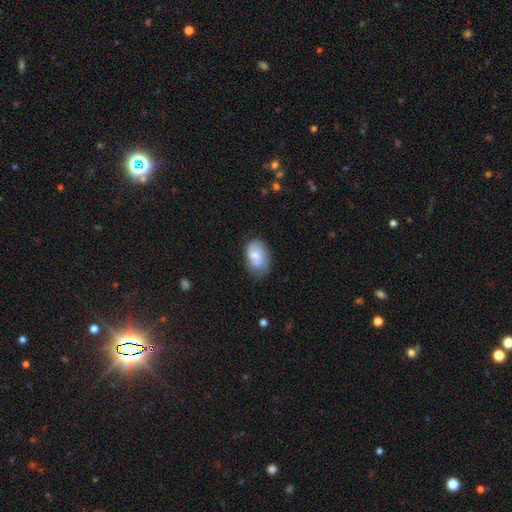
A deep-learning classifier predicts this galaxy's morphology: A smooth galaxy with no disk features (60%) that is in between round and cigar-shaped (86%).

Vote fractions:
- Smooth or featured? smooth: 60% / featured or disk: 33% / star or artifact: 7%
- How rounded? in between: 86% / round: 13% / cigar-shaped: 1%
- Merging? none: 54% / minor disturbance: 31% / major disturbance: 11% / merger: 4%